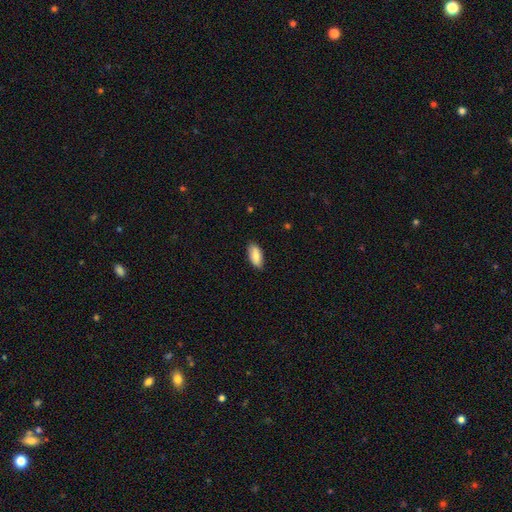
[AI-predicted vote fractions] Overall: smooth (84%). How rounded: in between (90%). Merging: none (85%).